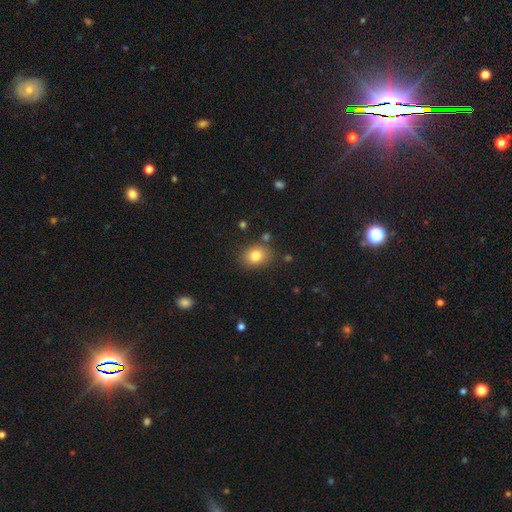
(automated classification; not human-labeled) smooth 81%, star or artifact 11%, featured or disk 9%. Down the decision tree: how rounded — in between (51%); merging — none (83%).